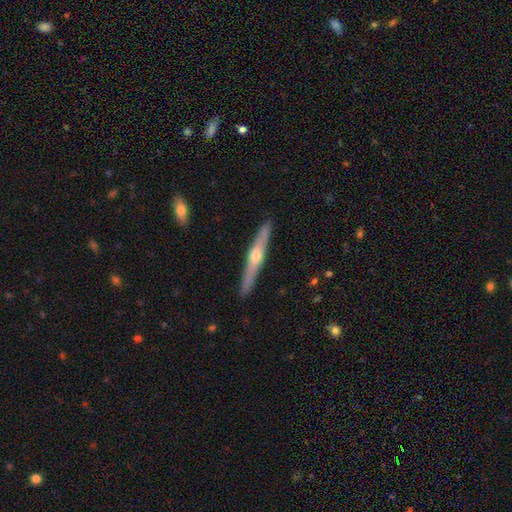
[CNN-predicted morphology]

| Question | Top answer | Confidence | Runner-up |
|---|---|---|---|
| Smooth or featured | featured or disk | 66% | smooth (28%) |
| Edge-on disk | yes | 96% | no (4%) |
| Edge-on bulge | rounded | 89% | none (8%) |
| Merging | none | 90% | minor disturbance (7%) |